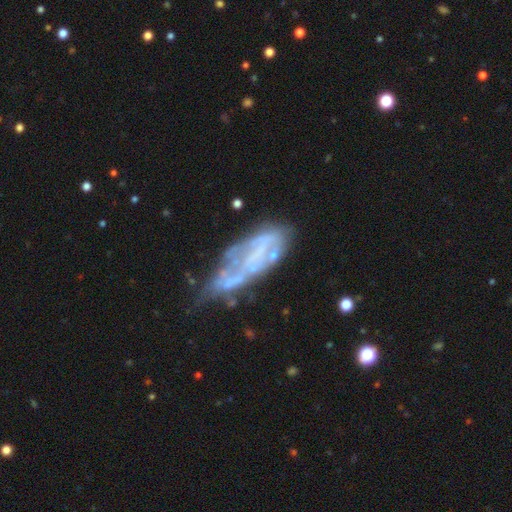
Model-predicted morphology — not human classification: Smooth or featured: featured or disk — 66% (smooth — 23%)
Edge-on disk: no — 88% (yes — 12%)
Bar: no — 71% (weak — 17%)
Spiral arms: no — 71% (yes — 29%)
Bulge size: none — 68% (small — 22%)
Merging: none — 36% (minor disturbance — 28%)